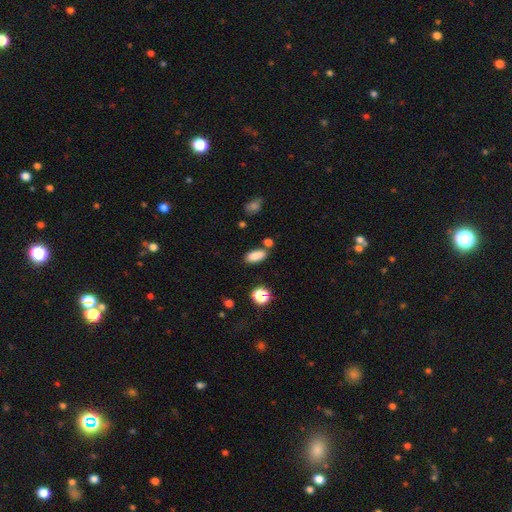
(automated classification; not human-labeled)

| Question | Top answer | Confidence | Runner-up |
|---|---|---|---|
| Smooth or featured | smooth | 84% | star or artifact (10%) |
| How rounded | in between | 82% | cigar-shaped (14%) |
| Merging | none | 74% | minor disturbance (13%) |